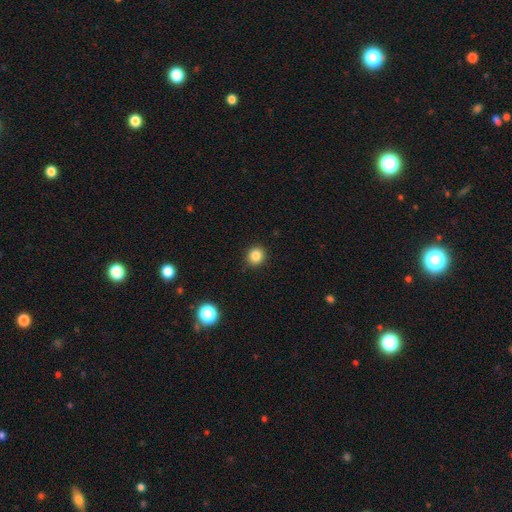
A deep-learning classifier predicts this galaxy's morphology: Q: Smooth or featured?
A: smooth (84%); runner-up: star or artifact (11%)
Q: How rounded?
A: round (90%); runner-up: in between (9%)
Q: Merging?
A: none (91%); runner-up: minor disturbance (6%)